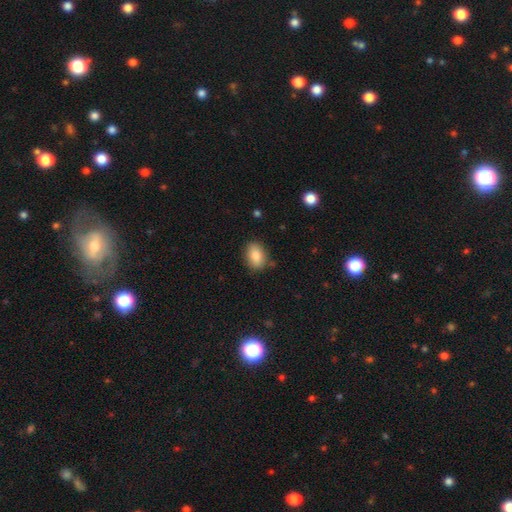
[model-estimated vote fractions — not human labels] Q: Smooth or featured?
A: smooth (82%); runner-up: featured or disk (10%)
Q: How rounded?
A: in between (77%); runner-up: round (22%)
Q: Merging?
A: none (82%); runner-up: minor disturbance (13%)